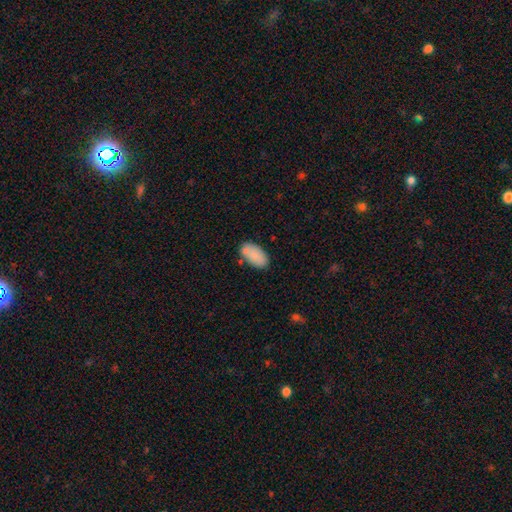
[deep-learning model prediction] Smooth or featured: smooth — 84% (featured or disk — 9%)
How rounded: in between — 94% (round — 3%)
Merging: none — 69% (minor disturbance — 15%)